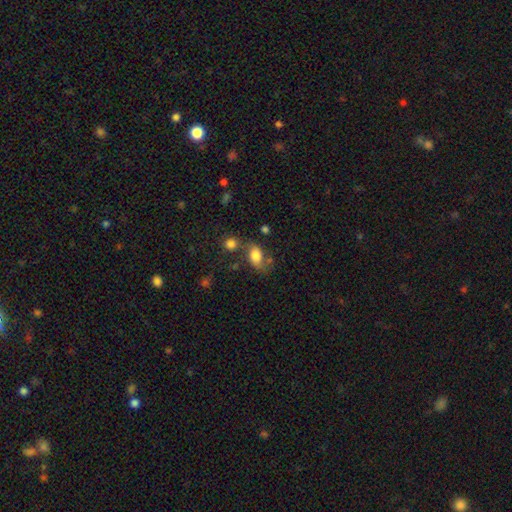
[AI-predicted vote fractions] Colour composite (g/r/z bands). It shows a smooth galaxy with no disk features (68%) that is in between round and cigar-shaped (80%). Merging: none (46%).